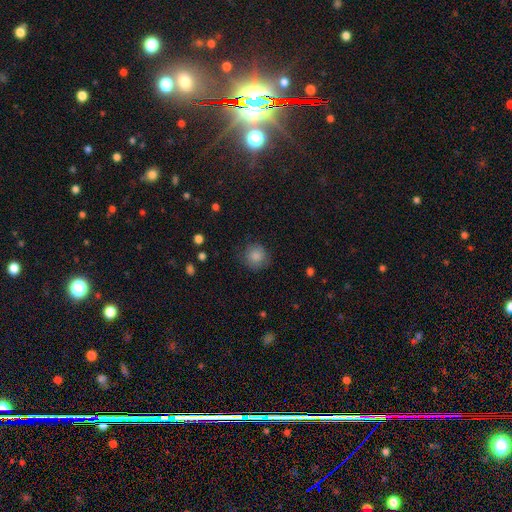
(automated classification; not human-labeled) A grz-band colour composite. It shows a smooth galaxy with no disk features (85%) that is round (90%). Merging: none (79%).